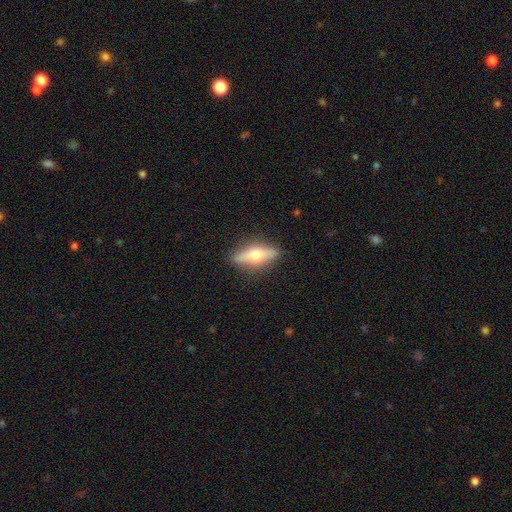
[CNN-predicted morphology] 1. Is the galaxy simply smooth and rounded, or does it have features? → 58% featured or disk, 36% smooth, 6% star or artifact.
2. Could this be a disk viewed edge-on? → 90% yes, 10% no.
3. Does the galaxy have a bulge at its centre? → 95% rounded, 3% boxy, 2% none.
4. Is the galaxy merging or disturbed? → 87% none, 10% minor disturbance, 2% major disturbance, 1% merger.